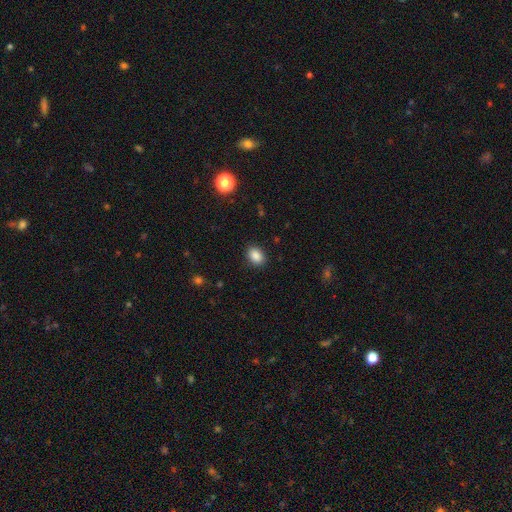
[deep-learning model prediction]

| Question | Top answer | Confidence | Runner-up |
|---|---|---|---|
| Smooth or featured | smooth | 87% | star or artifact (9%) |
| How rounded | in between | 74% | round (25%) |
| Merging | none | 89% | minor disturbance (8%) |